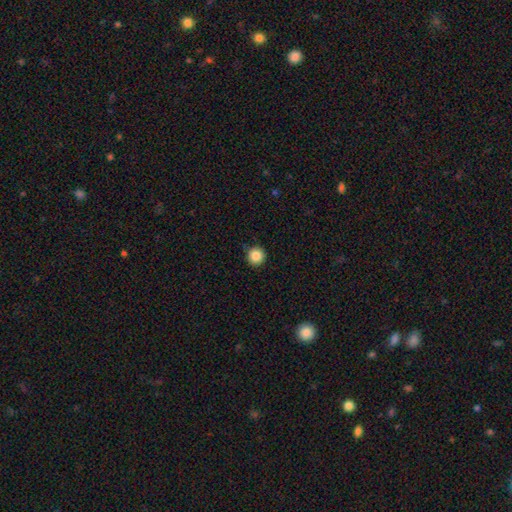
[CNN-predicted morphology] Smooth or featured? smooth (86%)
How rounded? round (95%)
Merging? none (90%)